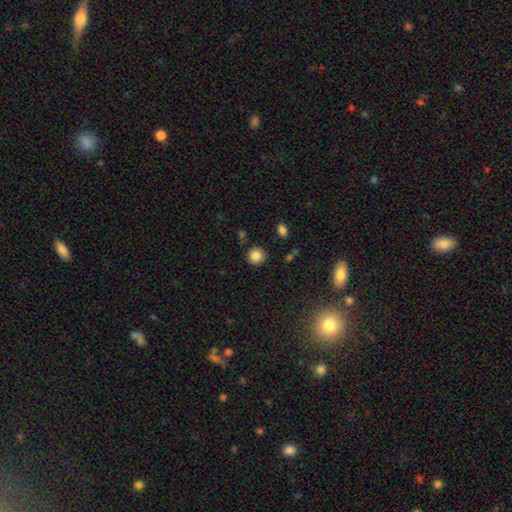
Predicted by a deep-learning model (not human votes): A smooth galaxy with no disk features (85%) that is round (92%).

Vote fractions:
- Smooth or featured? smooth: 85% / star or artifact: 10% / featured or disk: 5%
- How rounded? round: 92% / in between: 7% / cigar-shaped: 1%
- Merging? none: 87% / minor disturbance: 8% / merger: 3% / major disturbance: 2%